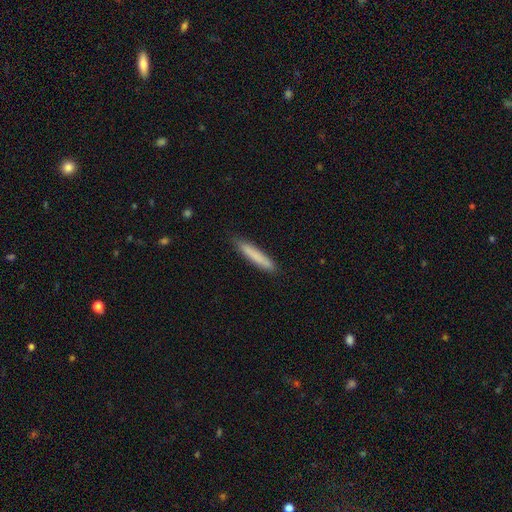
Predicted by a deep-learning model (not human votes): A smooth galaxy with no disk features (82%) that is cigar-shaped (94%). Merging: none (86%).